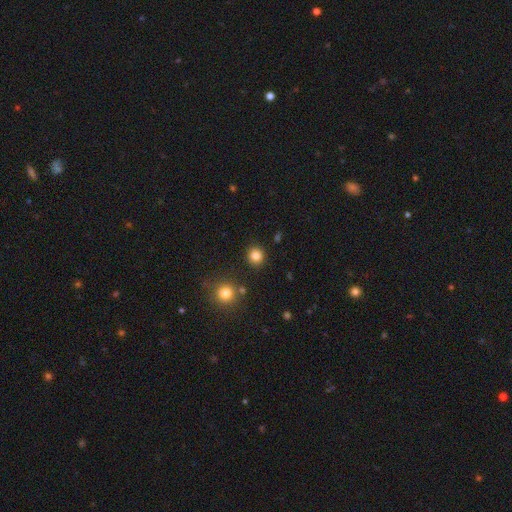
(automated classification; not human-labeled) smooth-or-featured: smooth: 83% | star or artifact: 12% | featured or disk: 5%
  how-rounded: round: 90% | in between: 9% | cigar-shaped: 1%
  merging: none: 90% | minor disturbance: 6% | merger: 2% | major disturbance: 2%